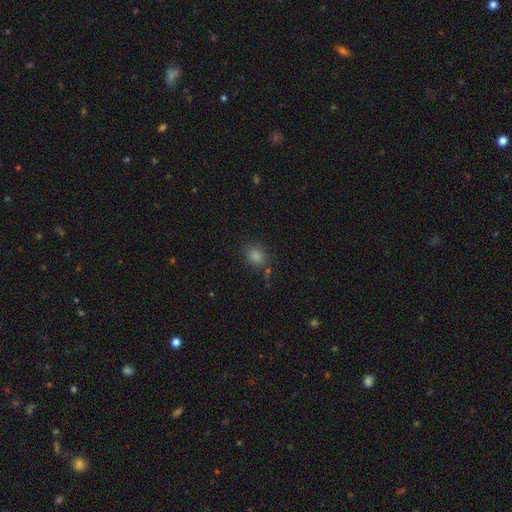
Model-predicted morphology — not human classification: Overall: smooth (76%). How rounded: round (62%; in between 37%). Merging: none (79%).